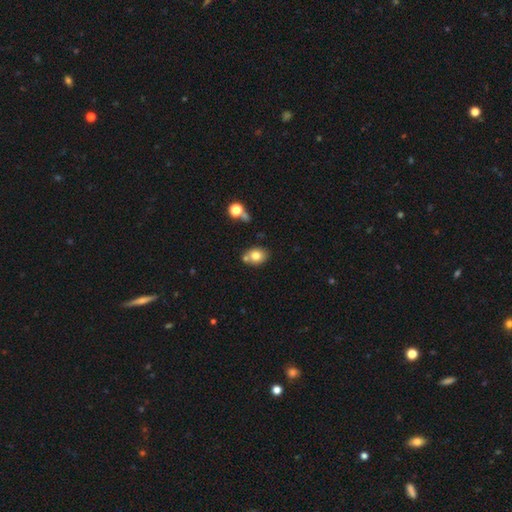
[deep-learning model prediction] Overall: smooth (77%). How rounded: round (53%; in between 46%). Merging: none (63%).